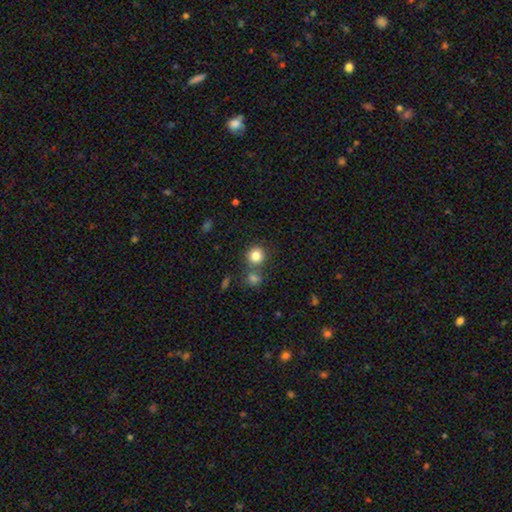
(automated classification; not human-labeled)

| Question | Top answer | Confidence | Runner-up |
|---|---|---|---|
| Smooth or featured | smooth | 83% | star or artifact (11%) |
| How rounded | round | 89% | in between (10%) |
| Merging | none | 71% | merger (17%) |